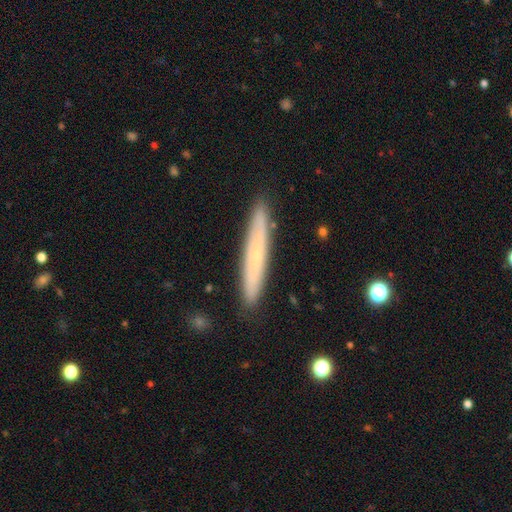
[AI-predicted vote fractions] Smooth or featured: smooth — 52% (featured or disk — 41%)
How rounded: cigar-shaped — 95% (in between — 4%)
Merging: none — 90% (minor disturbance — 8%)